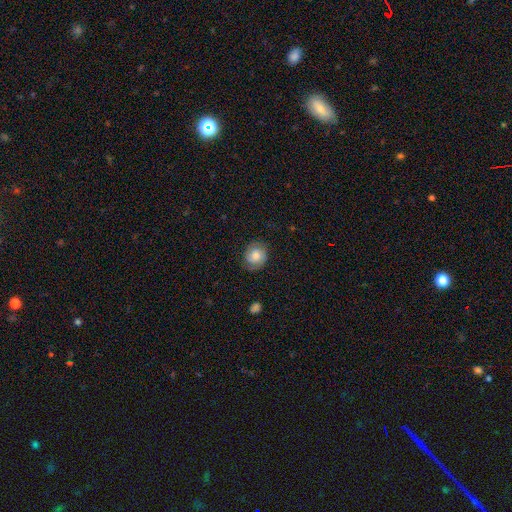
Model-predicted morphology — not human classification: Smooth or featured?
  - smooth: 48% *
  - featured or disk: 43%
  - star or artifact: 9%
Merging?
  - none: 73% *
  - minor disturbance: 19%
  - major disturbance: 7%
  - merger: 1%